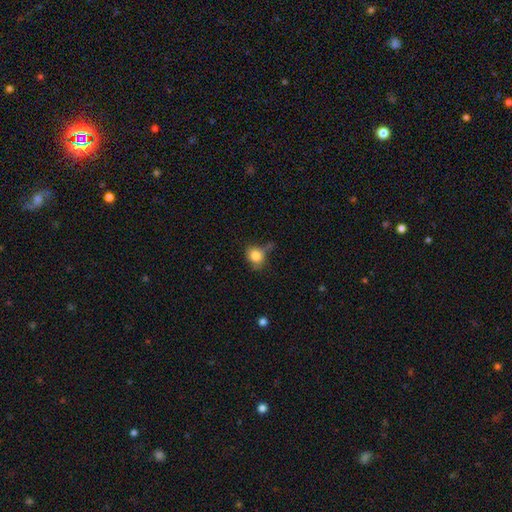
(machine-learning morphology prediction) Smooth or featured?
  - smooth: 82% *
  - star or artifact: 10%
  - featured or disk: 8%
How rounded?
  - round: 64% *
  - in between: 35%
  - cigar-shaped: 1%
Merging?
  - none: 55% *
  - minor disturbance: 27%
  - major disturbance: 10%
  - merger: 9%